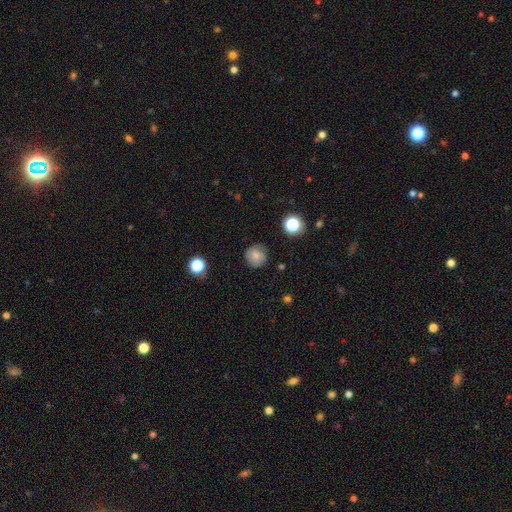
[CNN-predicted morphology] type=smooth (74%); roundness=round (91%); merging=none (80%).